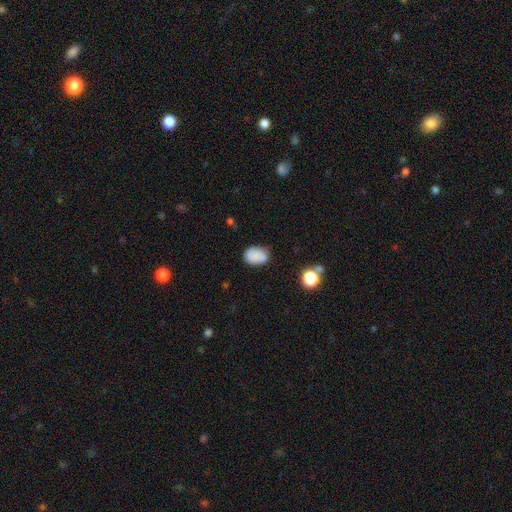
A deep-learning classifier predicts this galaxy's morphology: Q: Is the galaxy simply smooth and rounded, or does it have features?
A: smooth — 83%.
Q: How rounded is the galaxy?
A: in between — 77%.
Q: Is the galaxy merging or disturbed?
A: none — 65%.